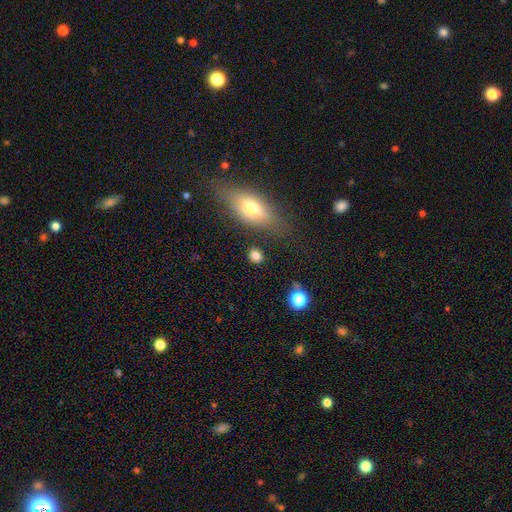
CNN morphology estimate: A smooth galaxy with no disk features (80%) that is round (57%).

Vote fractions:
- Smooth or featured? smooth: 80% / star or artifact: 11% / featured or disk: 8%
- How rounded? round: 57% / in between: 40% / cigar-shaped: 4%
- Merging? none: 82% / minor disturbance: 11% / major disturbance: 4% / merger: 4%